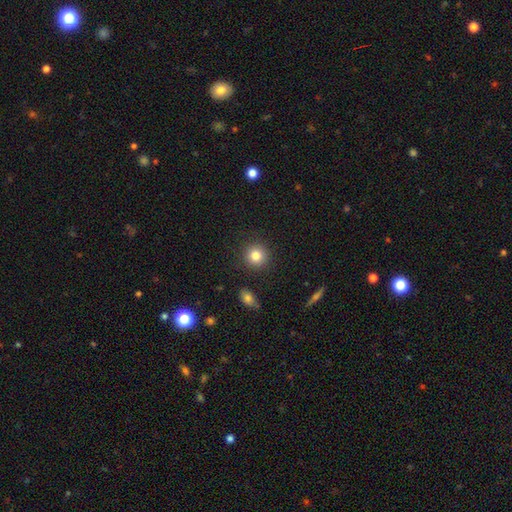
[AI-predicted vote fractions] smooth 83%, star or artifact 10%, featured or disk 7%. Down the decision tree: how rounded — round (92%); merging — none (90%).